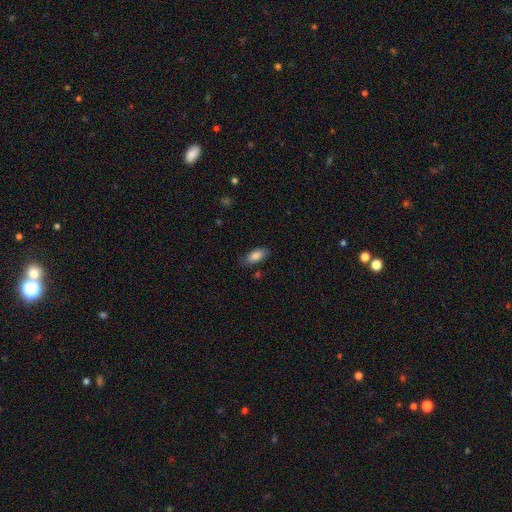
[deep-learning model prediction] This appears to be a smooth galaxy with no disk features (85%) that is in between round and cigar-shaped (89%). Merging: none (80%).